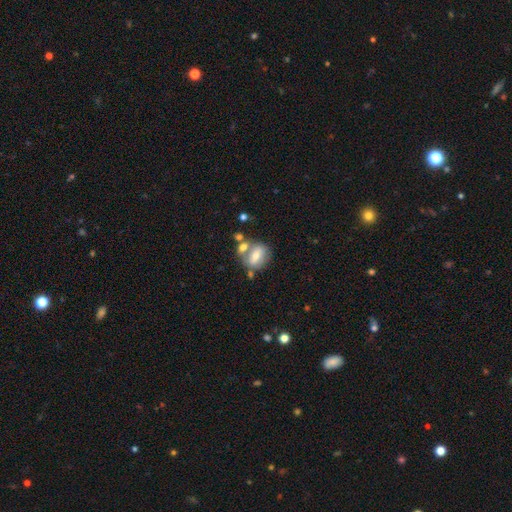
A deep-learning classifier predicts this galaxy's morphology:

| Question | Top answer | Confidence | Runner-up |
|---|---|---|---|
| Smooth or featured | smooth | 54% | featured or disk (37%) |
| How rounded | in between | 52% | round (45%) |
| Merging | none | 46% | merger (34%) |